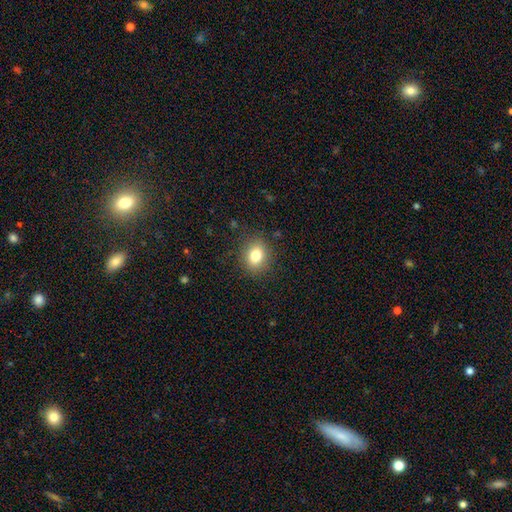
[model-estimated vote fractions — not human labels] Smooth or featured? smooth (81%)
How rounded? round (56%)
Merging? none (87%)